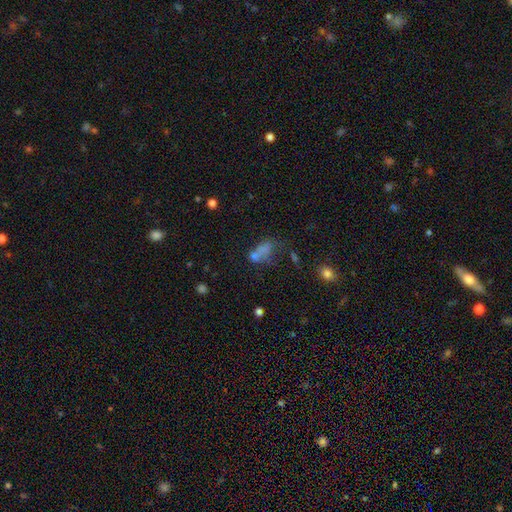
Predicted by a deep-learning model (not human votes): smooth 57%, star or artifact 22%, featured or disk 21%. Down the decision tree: how rounded — in between (72%); merging — none (29%).